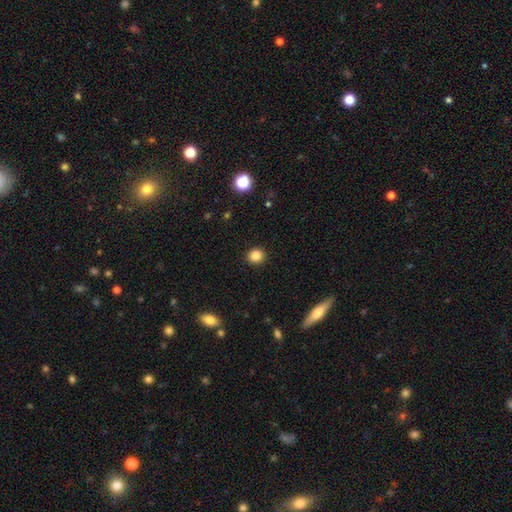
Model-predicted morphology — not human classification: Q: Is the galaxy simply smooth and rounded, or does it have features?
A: smooth — 85%.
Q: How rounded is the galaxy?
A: round — 83%.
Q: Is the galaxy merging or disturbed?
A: none — 92%.